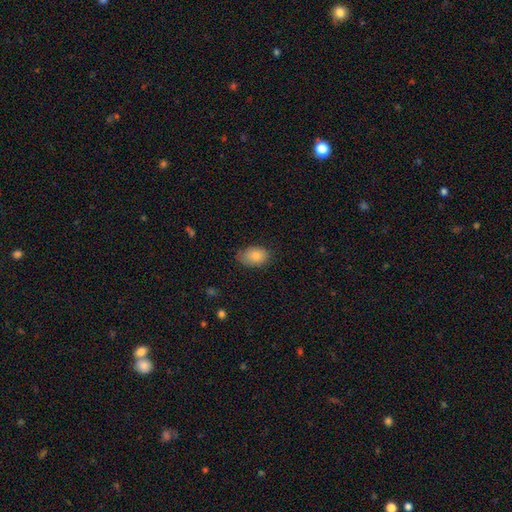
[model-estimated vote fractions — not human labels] This appears to be a smooth galaxy with no disk features (77%) that is in between round and cigar-shaped (86%). Merging: none (69%).